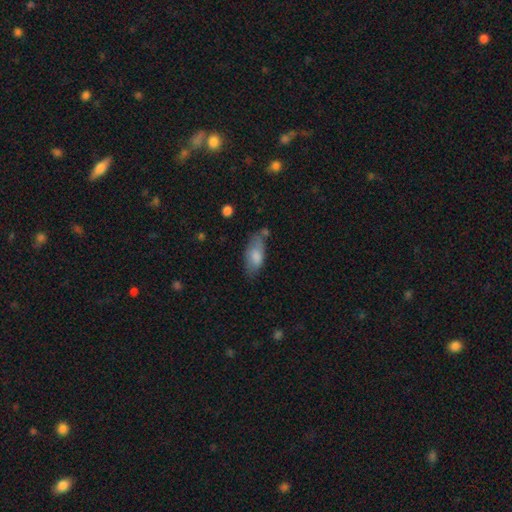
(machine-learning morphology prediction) Smooth or featured?
  - smooth: 77% *
  - featured or disk: 16%
  - star or artifact: 7%
How rounded?
  - in between: 85% *
  - cigar-shaped: 13%
  - round: 3%
Merging?
  - none: 50% *
  - minor disturbance: 31%
  - major disturbance: 11%
  - merger: 8%